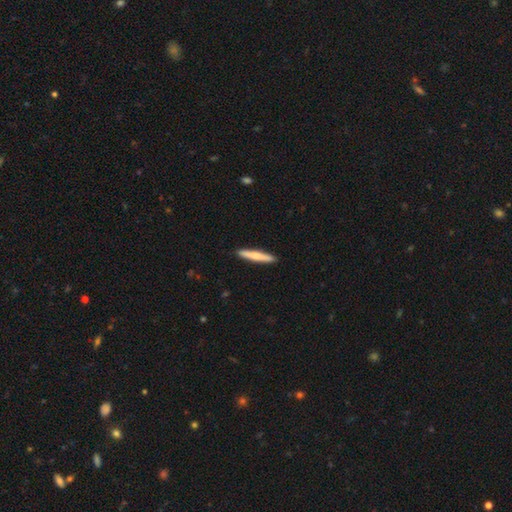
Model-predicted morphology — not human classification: Smooth or featured?
  - smooth: 66% *
  - featured or disk: 29%
  - star or artifact: 5%
How rounded?
  - cigar-shaped: 94% *
  - in between: 5%
  - round: 1%
Merging?
  - none: 91% *
  - minor disturbance: 6%
  - major disturbance: 1%
  - merger: 1%